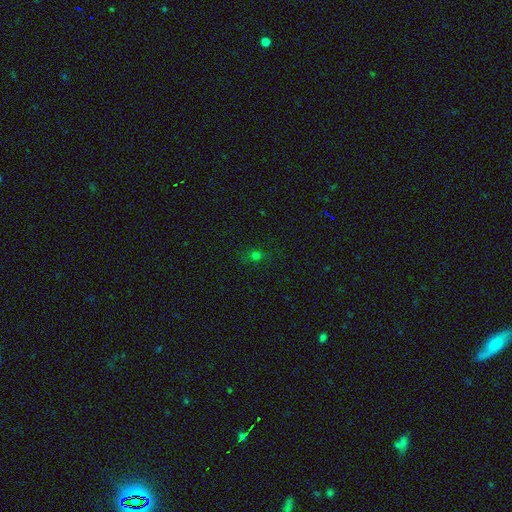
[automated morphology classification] This is likely a smooth galaxy (65%). How rounded: likely round (72%). Merging: clearly none (80%).